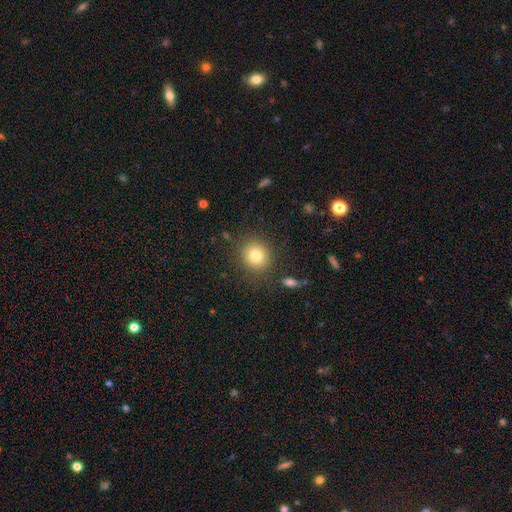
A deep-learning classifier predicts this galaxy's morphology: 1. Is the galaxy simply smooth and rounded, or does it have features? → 80% smooth, 11% star or artifact, 9% featured or disk.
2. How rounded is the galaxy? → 87% round, 12% in between, 1% cigar-shaped.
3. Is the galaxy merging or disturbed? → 87% none, 8% minor disturbance, 3% major disturbance, 2% merger.